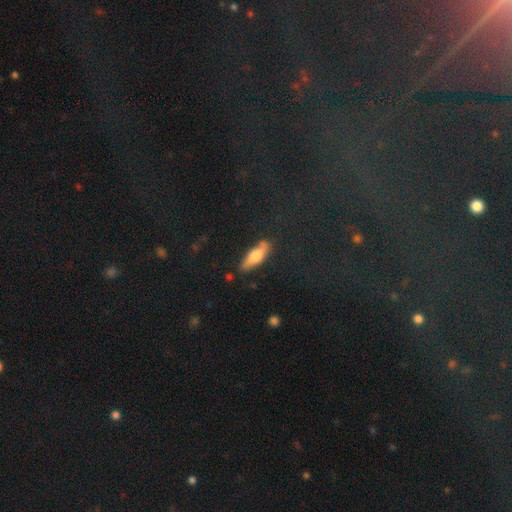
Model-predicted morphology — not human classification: Smooth or featured? smooth (60%)
How rounded? cigar-shaped (49%)
Merging? none (77%)